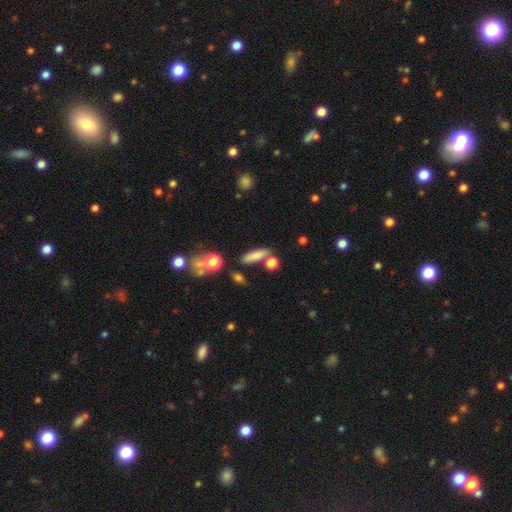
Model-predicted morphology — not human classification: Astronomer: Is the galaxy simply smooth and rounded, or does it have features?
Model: smooth — 78%.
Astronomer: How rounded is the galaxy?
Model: cigar-shaped — 53% (runner-up: in between, 39%).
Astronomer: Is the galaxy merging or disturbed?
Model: none — 68%.